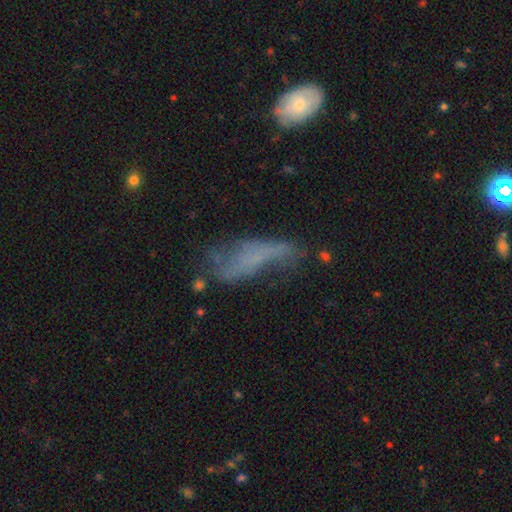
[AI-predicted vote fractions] Smooth or featured?
  - smooth: 42% * (tied)
  - featured or disk: 42% * (tied)
  - star or artifact: 16%
Merging?
  - major disturbance: 35% *
  - none: 31%
  - minor disturbance: 26%
  - merger: 8%